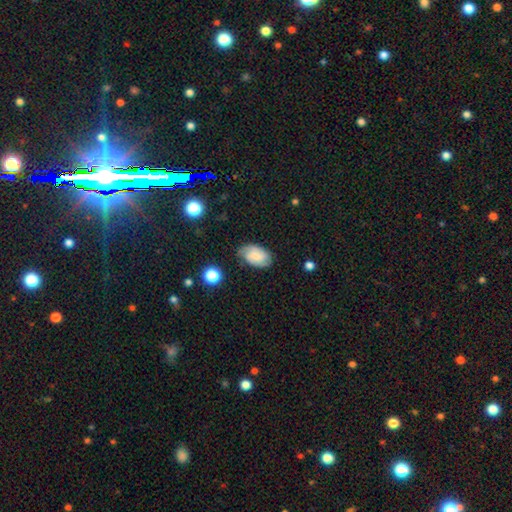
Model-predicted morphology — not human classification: smooth 51%, featured or disk 40%, star or artifact 9%. Down the decision tree: how rounded — in between (90%); merging — none (68%).